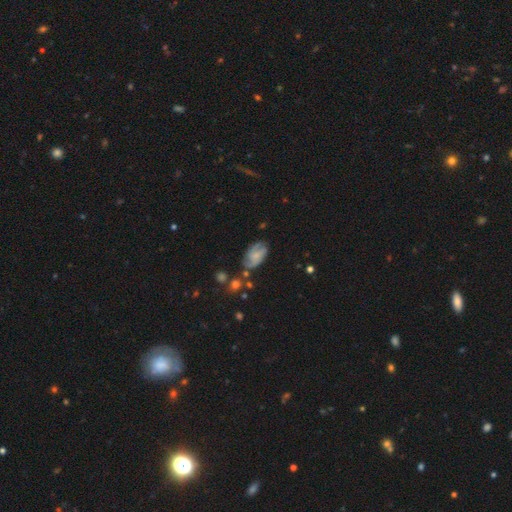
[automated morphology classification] featured or disk 64%, smooth 28%, star or artifact 8%. Down the decision tree: edge-on disk — no (96%); bar — no (65%); spiral arms — yes (90%); spiral arm count — 2 (41%); spiral winding — medium (43%); bulge size — small (50%); merging — none (62%).